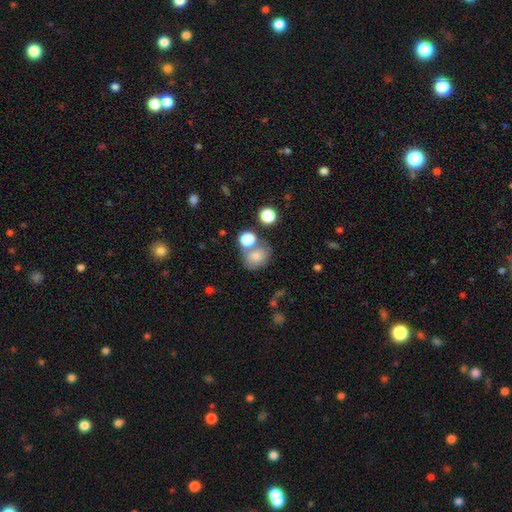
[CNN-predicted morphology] Smooth or featured?
  - smooth: 76% *
  - star or artifact: 12%
  - featured or disk: 11%
How rounded?
  - round: 52% *
  - in between: 47%
  - cigar-shaped: 1%
Merging?
  - none: 51% *
  - merger: 25%
  - minor disturbance: 16%
  - major disturbance: 7%